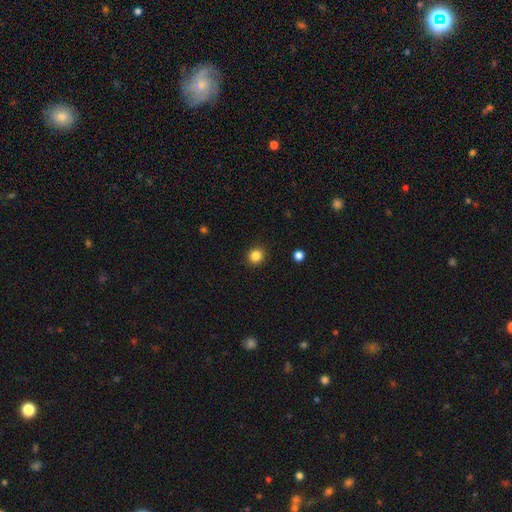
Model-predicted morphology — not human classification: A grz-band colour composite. It shows a smooth galaxy with no disk features (85%) that is round (89%). Merging: none (92%).